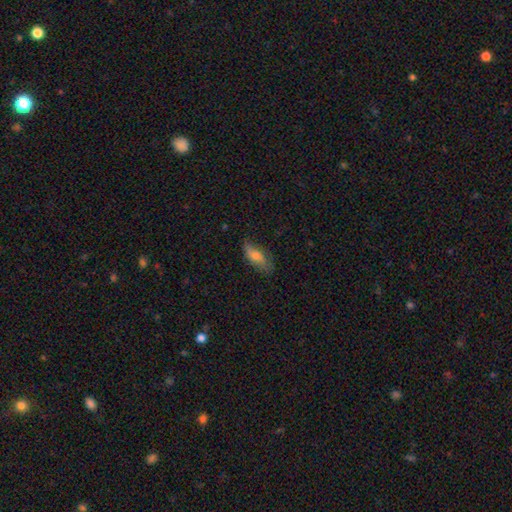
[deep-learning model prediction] The model was most divided on "merging": none: 67%, minor disturbance: 25%, major disturbance: 6%, merger: 2%. More confident: how rounded — in between (75%); smooth or featured — smooth (67%).